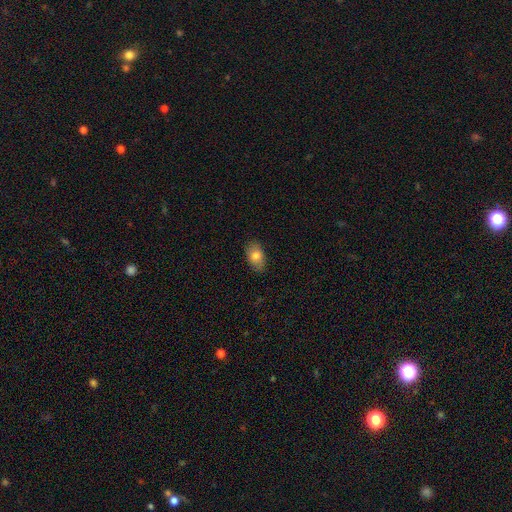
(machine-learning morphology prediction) Smooth or featured? Predicted: smooth (p=0.78). How rounded? Predicted: in between (p=0.89). Merging? Predicted: none (p=0.85).